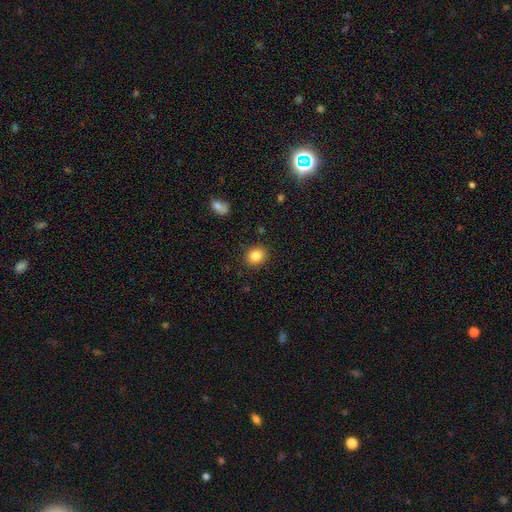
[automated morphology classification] Smooth or featured? Predicted: smooth (p=0.84). How rounded? Predicted: round (p=0.69). Merging? Predicted: none (p=0.88).